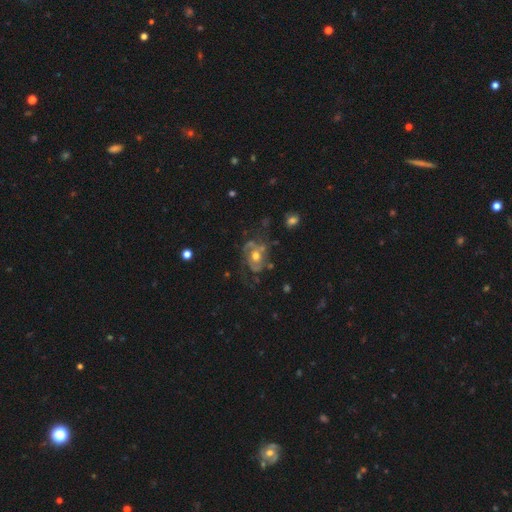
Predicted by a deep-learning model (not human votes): Q: Smooth or featured?
A: featured or disk (70%); runner-up: smooth (21%)
Q: Edge-on disk?
A: no (96%); runner-up: yes (4%)
Q: Bar?
A: no (75%); runner-up: weak (20%)
Q: Spiral arms?
A: yes (71%); runner-up: no (29%)
Q: Bulge size?
A: moderate (71%); runner-up: large (16%)
Q: Merging?
A: none (46%); runner-up: major disturbance (25%)